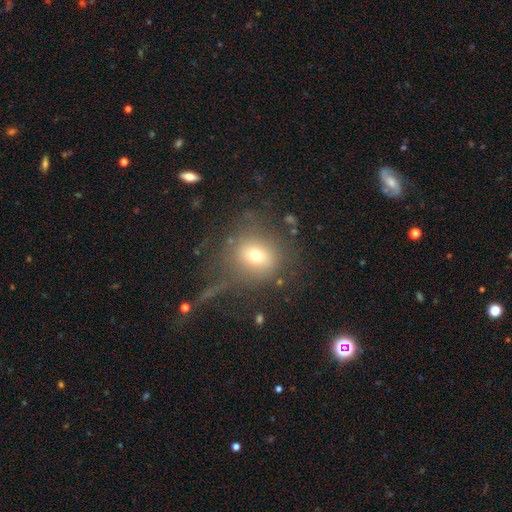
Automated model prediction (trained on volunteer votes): This appears to be a smooth galaxy with no disk features (66%) that is round (79%). Merging: none (58%).